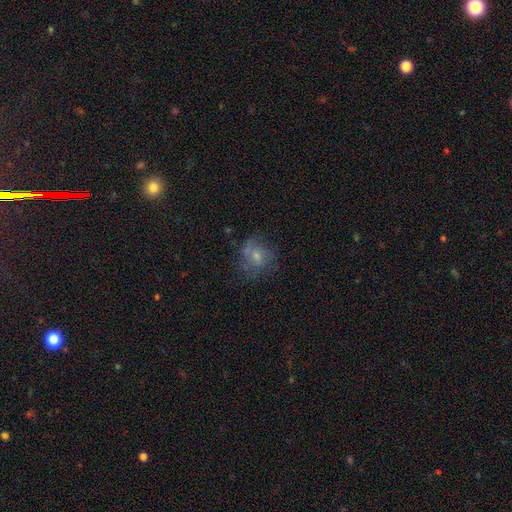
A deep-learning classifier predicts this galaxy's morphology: The model was most divided on "smooth or featured": smooth: 51%, featured or disk: 37%, star or artifact: 12%. More confident: how rounded — round (66%); merging — none (55%).